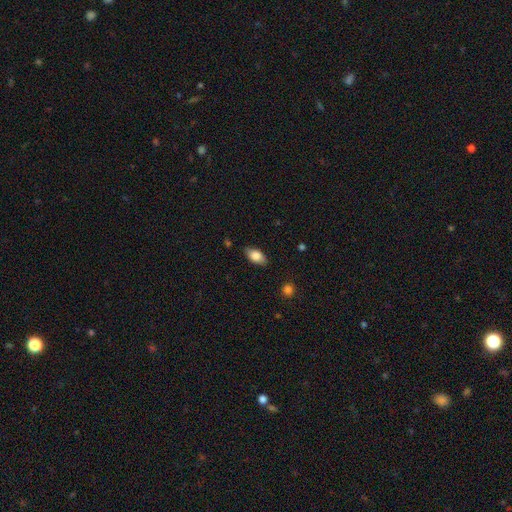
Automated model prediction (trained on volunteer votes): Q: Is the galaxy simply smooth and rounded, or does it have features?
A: smooth — 81%.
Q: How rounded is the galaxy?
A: in between — 91%.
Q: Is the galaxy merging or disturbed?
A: none — 84%.